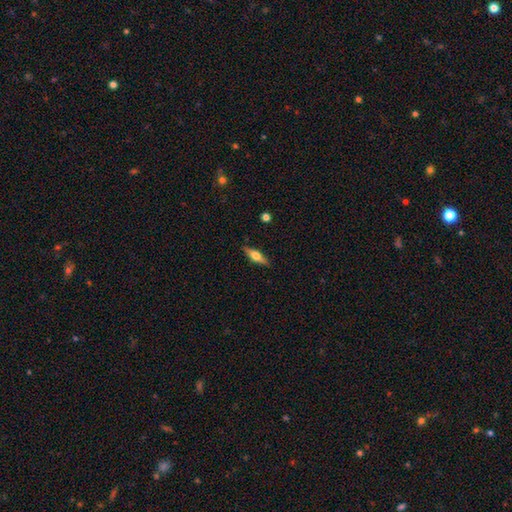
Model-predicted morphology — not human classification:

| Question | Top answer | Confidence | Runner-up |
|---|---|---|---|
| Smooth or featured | featured or disk | 55% | smooth (39%) |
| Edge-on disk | yes | 94% | no (6%) |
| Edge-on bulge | rounded | 92% | boxy (6%) |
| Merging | none | 87% | minor disturbance (9%) |